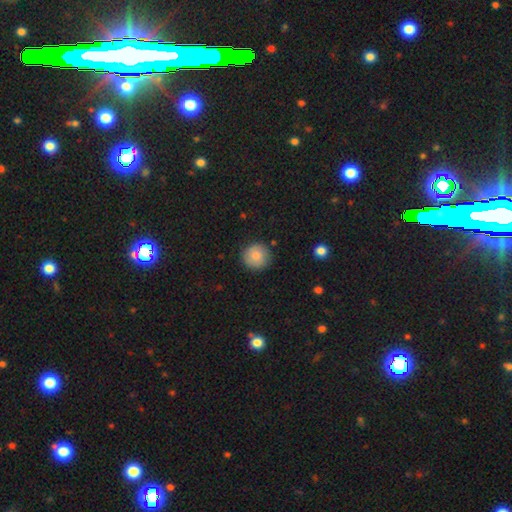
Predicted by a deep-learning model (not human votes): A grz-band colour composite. It shows a smooth galaxy with no disk features (83%) that is round (93%). Merging: none (87%).